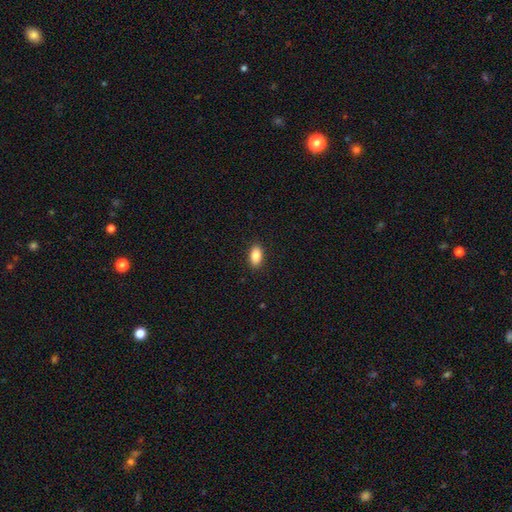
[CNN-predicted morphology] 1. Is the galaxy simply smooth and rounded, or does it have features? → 86% smooth, 8% star or artifact, 7% featured or disk.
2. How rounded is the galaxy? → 91% in between, 6% round, 3% cigar-shaped.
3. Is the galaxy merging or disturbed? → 90% none, 7% minor disturbance, 2% major disturbance, 1% merger.